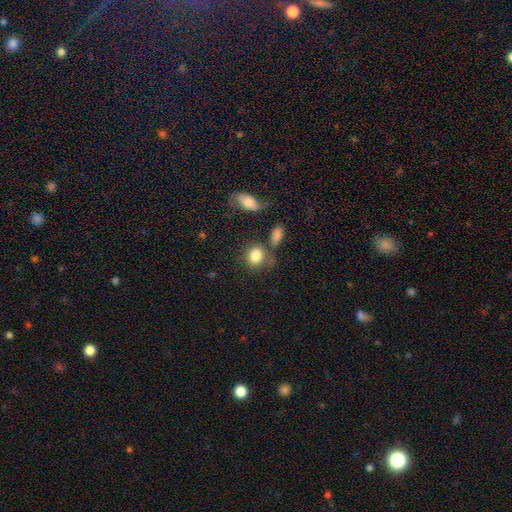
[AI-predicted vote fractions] This is clearly a smooth galaxy (83%). How rounded: possibly round (56%). Merging: possibly none (58%).